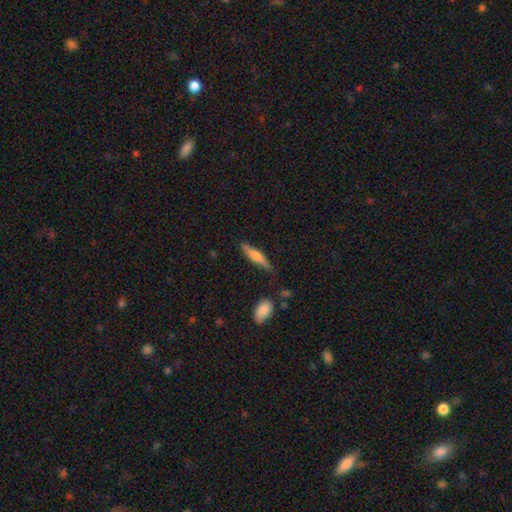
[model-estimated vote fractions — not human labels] smooth 56%, featured or disk 38%, star or artifact 6%. Down the decision tree: how rounded — cigar-shaped (79%); merging — none (77%).